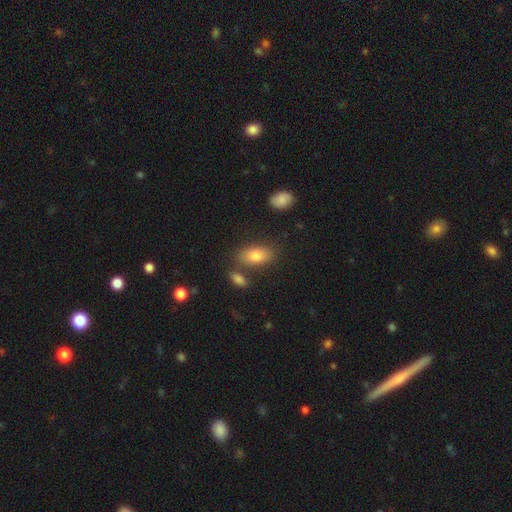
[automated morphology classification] Overall: smooth (80%). How rounded: in between (90%). Merging: none (74%).